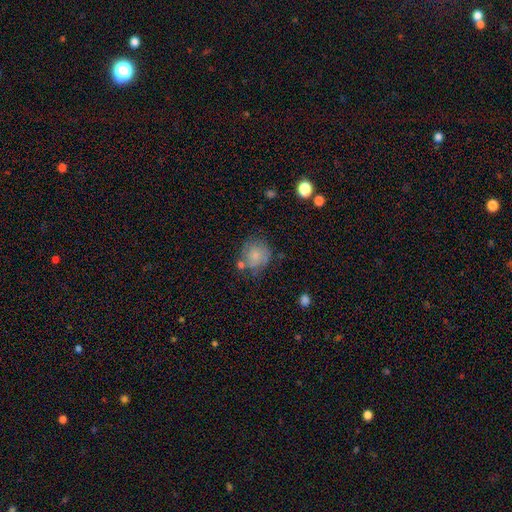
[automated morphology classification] This appears to be a smooth galaxy with no disk features (67%) that is round (73%). Merging: none (51%).